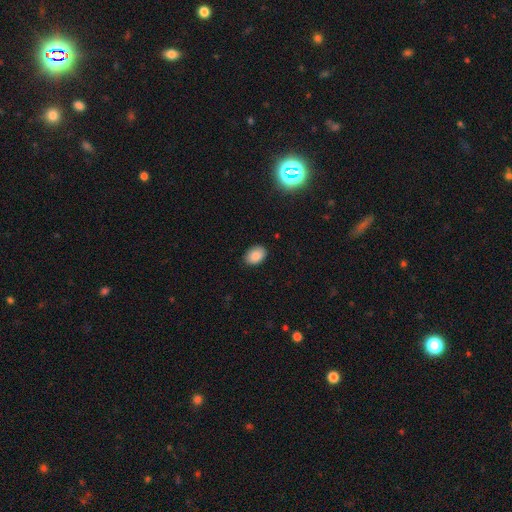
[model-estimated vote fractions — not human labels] Smooth or featured? smooth (88%)
How rounded? in between (85%)
Merging? none (88%)